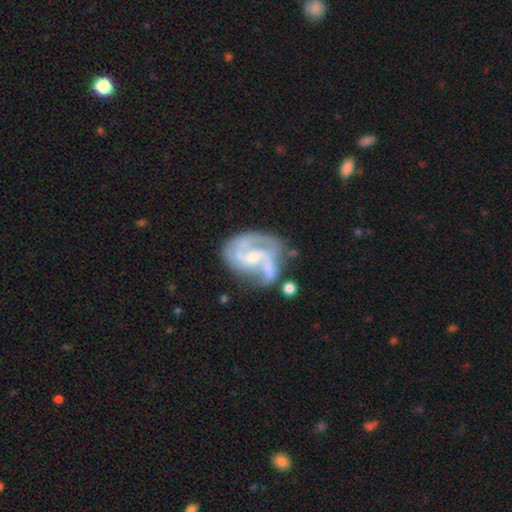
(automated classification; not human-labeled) smooth_or_featured: featured or disk (p=0.84) [alt: smooth p=0.10]
disk_edge_on: no (p=0.98) [alt: yes p=0.02]
bar: no (p=0.45) [alt: weak p=0.43]
has_spiral_arms: yes (p=0.94) [alt: no p=0.06]
spiral_winding: medium (p=0.52) [alt: tight p=0.24]
spiral_arm_count: 2 (p=0.58) [alt: 3 p=0.20]
bulge_size: small (p=0.48) [alt: moderate p=0.38]
merging: none (p=0.45) [alt: minor disturbance p=0.21]